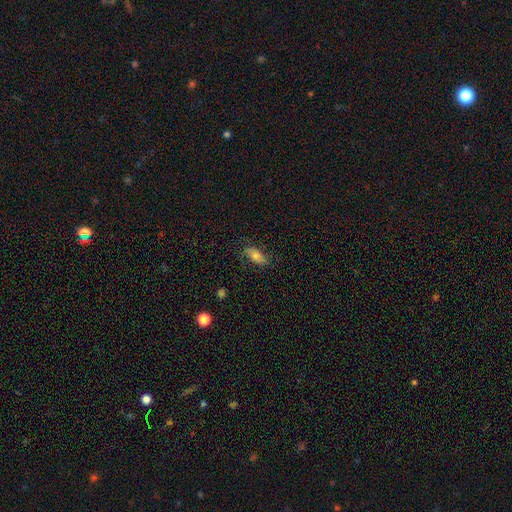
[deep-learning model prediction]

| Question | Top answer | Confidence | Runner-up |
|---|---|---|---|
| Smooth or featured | smooth | 64% | featured or disk (27%) |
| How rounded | in between | 79% | cigar-shaped (17%) |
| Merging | none | 72% | minor disturbance (20%) |